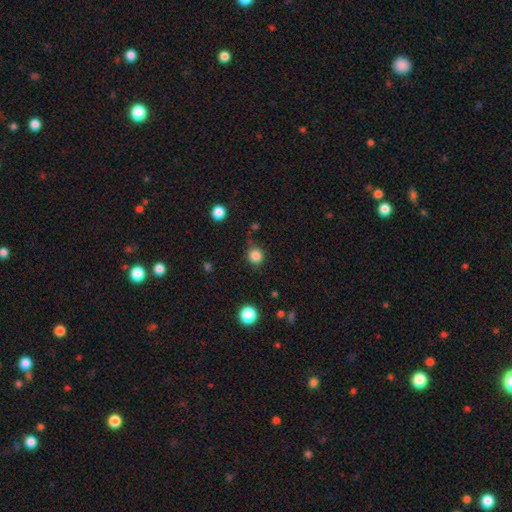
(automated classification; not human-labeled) This is clearly a smooth galaxy (84%). How rounded: clearly round (91%). Merging: likely none (80%).